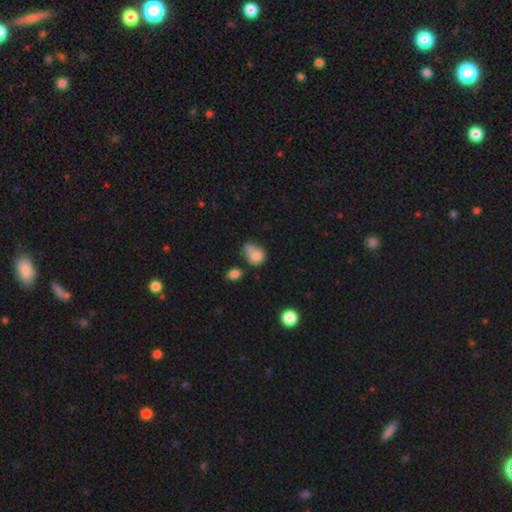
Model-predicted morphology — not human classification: smooth 77%, featured or disk 13%, star or artifact 10%. Down the decision tree: how rounded — round (54%); merging — merger (45%).